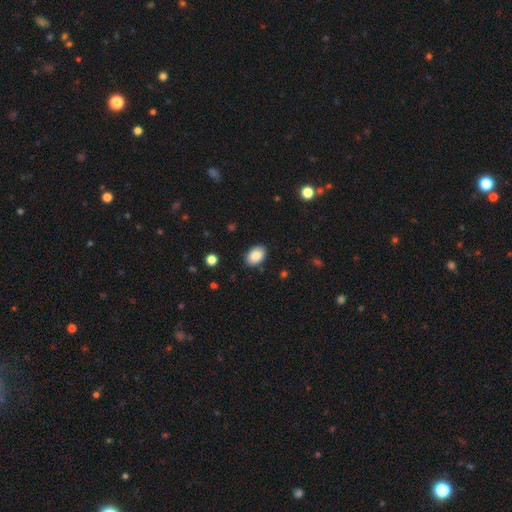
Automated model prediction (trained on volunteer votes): Overall: smooth (88%). How rounded: in between (88%). Merging: none (87%).